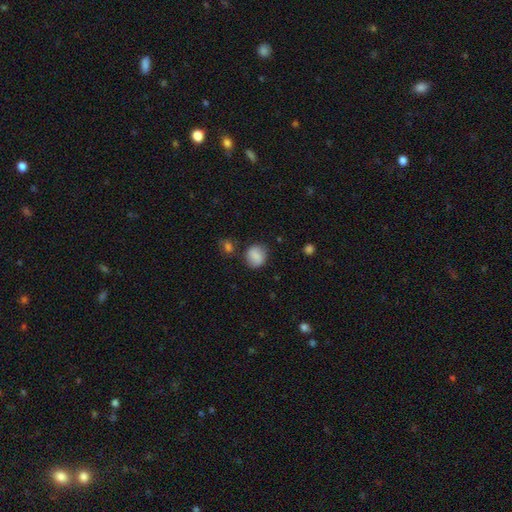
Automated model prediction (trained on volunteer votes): Smooth or featured?
  - smooth: 82% *
  - featured or disk: 9%
  - star or artifact: 9%
How rounded?
  - round: 76% *
  - in between: 23%
  - cigar-shaped: 1%
Merging?
  - none: 76% *
  - minor disturbance: 15%
  - merger: 4%
  - major disturbance: 4%